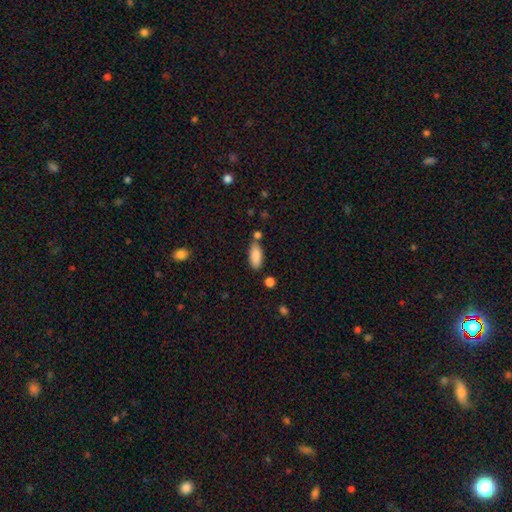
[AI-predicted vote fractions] Smooth or featured: smooth — 87% (star or artifact — 7%)
How rounded: in between — 83% (cigar-shaped — 15%)
Merging: none — 69% (minor disturbance — 16%)